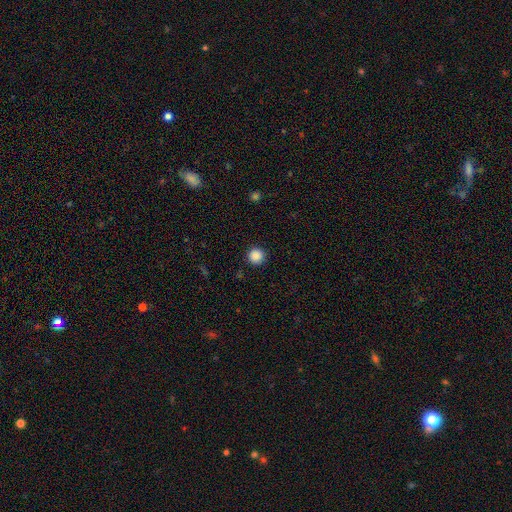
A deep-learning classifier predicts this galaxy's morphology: Smooth or featured? smooth (88%)
How rounded? round (96%)
Merging? none (92%)